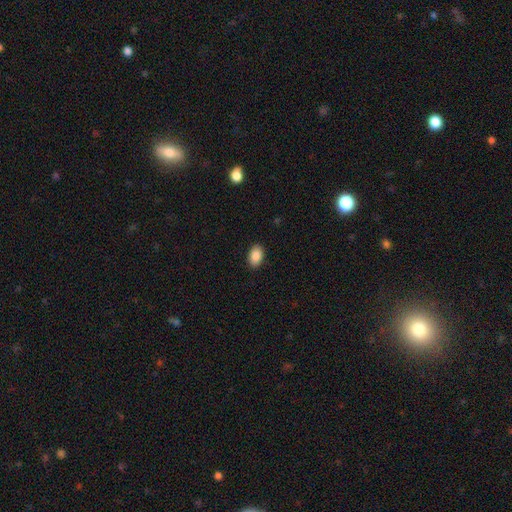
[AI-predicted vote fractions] Smooth or featured: smooth — 88% (star or artifact — 7%)
How rounded: in between — 90% (round — 9%)
Merging: none — 90% (minor disturbance — 7%)